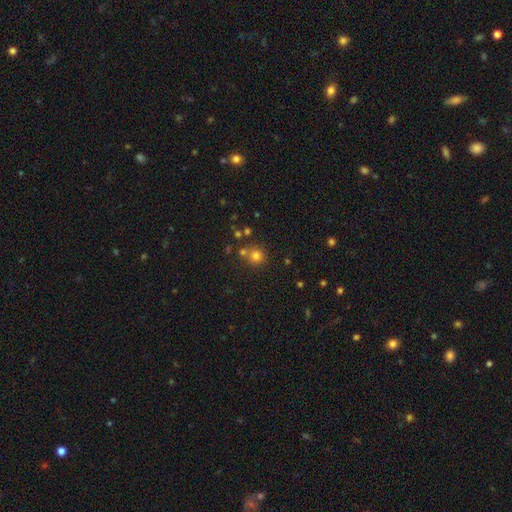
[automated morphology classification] This is likely a smooth galaxy (74%). How rounded: clearly round (91%). Merging: likely none (67%).